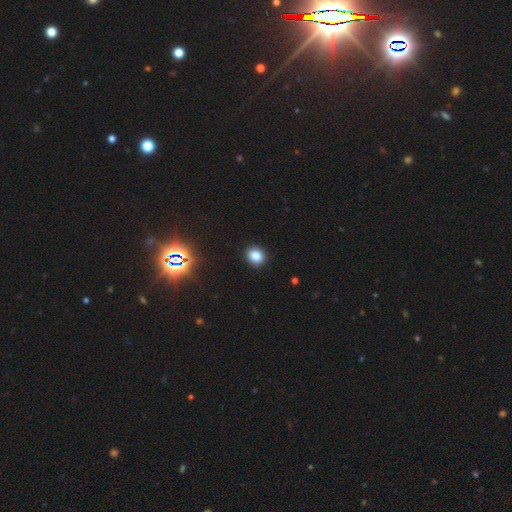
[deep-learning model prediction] Smooth or featured?
  - smooth: 82% *
  - star or artifact: 13%
  - featured or disk: 5%
How rounded?
  - round: 74% *
  - in between: 25%
  - cigar-shaped: 1%
Merging?
  - none: 91% *
  - minor disturbance: 6%
  - major disturbance: 2%
  - merger: 1%